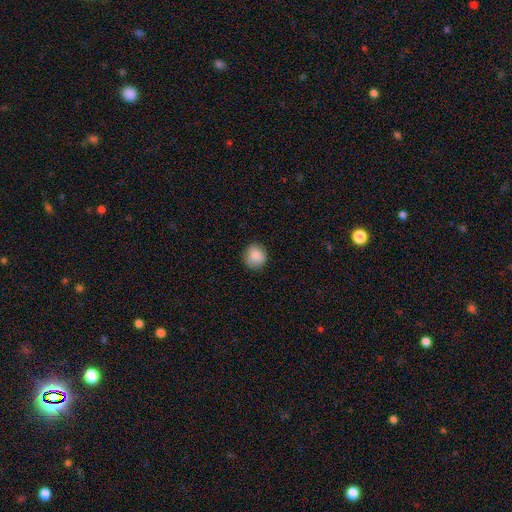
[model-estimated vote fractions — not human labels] smooth-or-featured: smooth: 87% | star or artifact: 8% | featured or disk: 5%
  how-rounded: round: 88% | in between: 11% | cigar-shaped: 1%
  merging: none: 86% | minor disturbance: 11% | major disturbance: 3% | merger: 1%